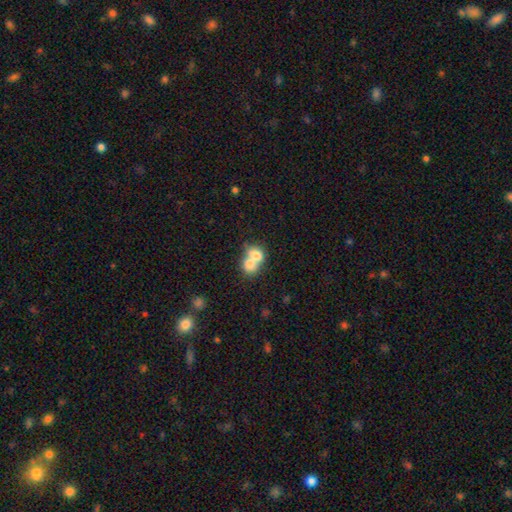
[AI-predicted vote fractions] This is likely a smooth galaxy (74%). How rounded: possibly in between (52%). Merging: likely merger (75%).